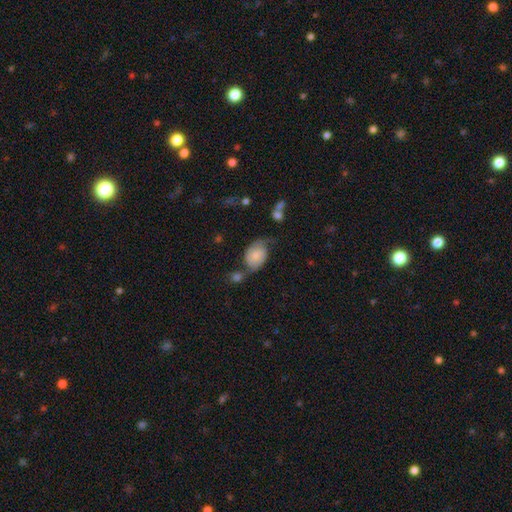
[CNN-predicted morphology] Smooth or featured: featured or disk — 49% (smooth — 42%)
Merging: none — 39% (minor disturbance — 24%)